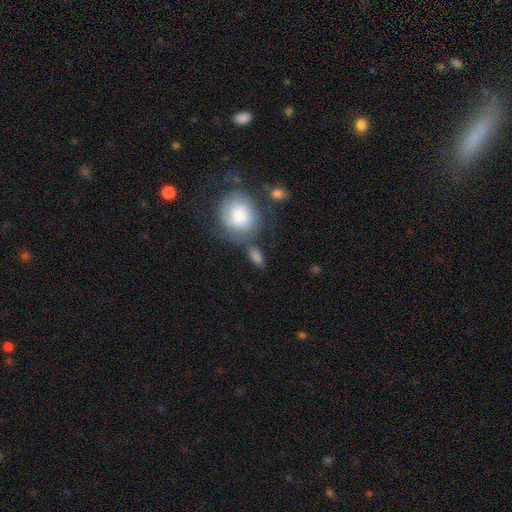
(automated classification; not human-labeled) The model was most divided on "merging": none: 54%, minor disturbance: 20%, merger: 16%, major disturbance: 10%. More confident: smooth or featured — smooth (69%); how rounded — in between (64%).